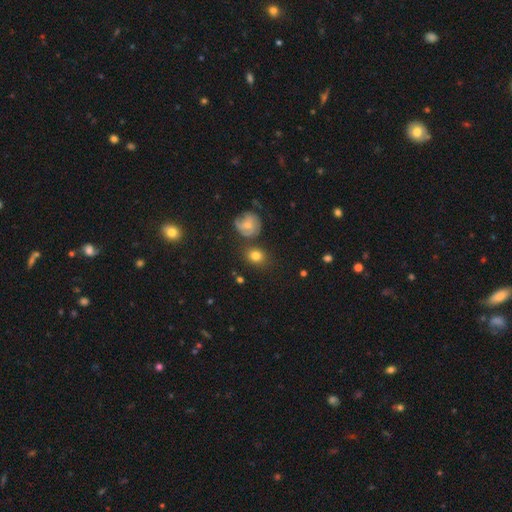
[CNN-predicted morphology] smooth 78%, featured or disk 13%, star or artifact 10%. Down the decision tree: how rounded — round (64%); merging — none (75%).